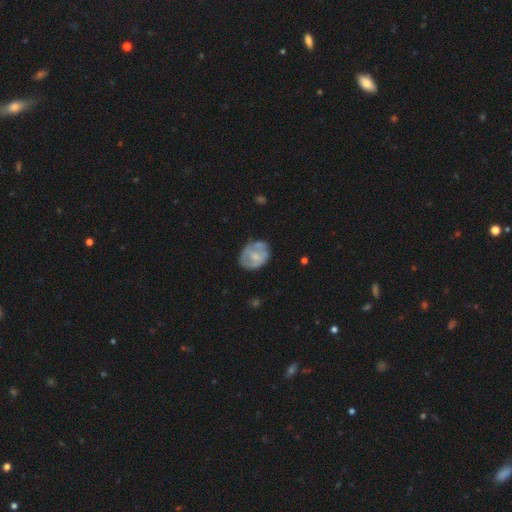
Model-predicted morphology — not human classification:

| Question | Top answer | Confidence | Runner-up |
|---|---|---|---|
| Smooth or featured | featured or disk | 49% | smooth (44%) |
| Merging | none | 58% | minor disturbance (28%) |